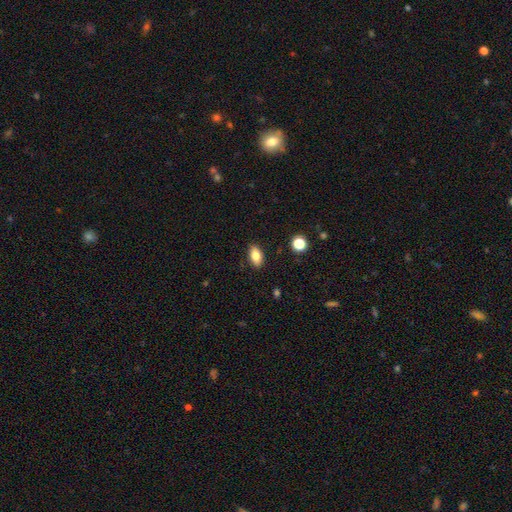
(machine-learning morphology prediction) A smooth galaxy with no disk features (83%) that is in between round and cigar-shaped (89%). Merging: none (88%).